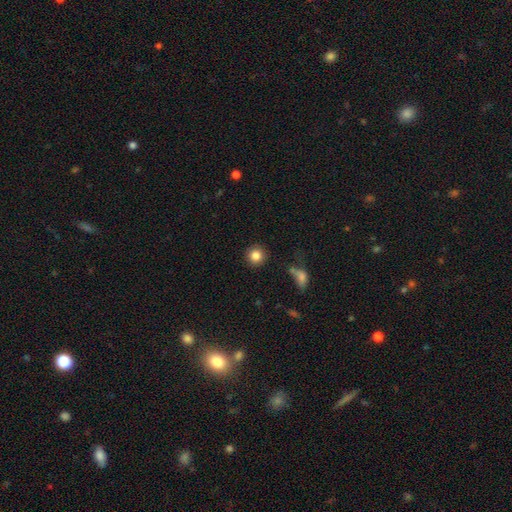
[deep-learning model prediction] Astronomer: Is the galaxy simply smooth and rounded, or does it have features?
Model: smooth — 84%.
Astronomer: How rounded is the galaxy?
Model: round — 93%.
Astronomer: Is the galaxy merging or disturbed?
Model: none — 88%.